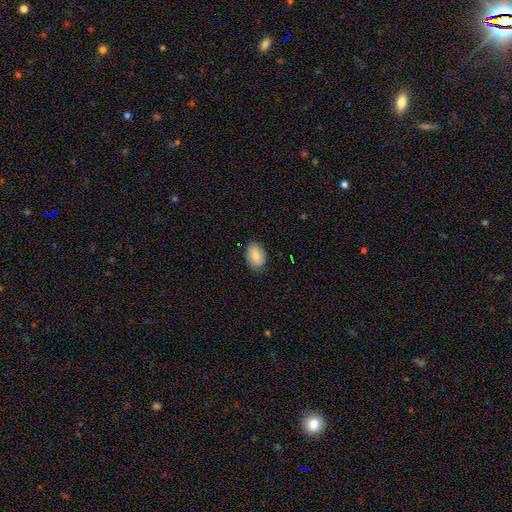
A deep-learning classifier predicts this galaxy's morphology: This is clearly a smooth galaxy (83%). How rounded: clearly in between (89%). Merging: clearly none (87%).